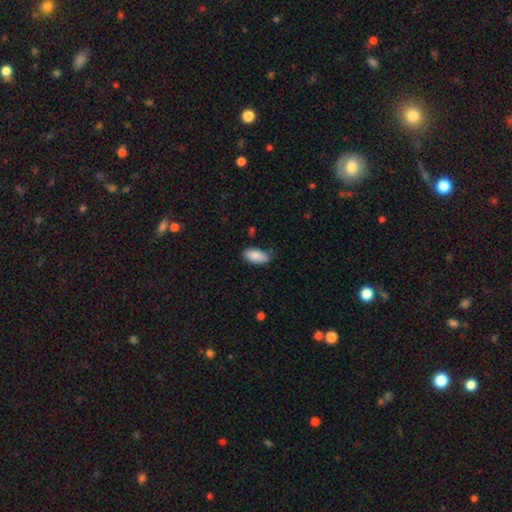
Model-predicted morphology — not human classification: Smooth or featured: smooth — 88% (star or artifact — 7%)
How rounded: in between — 93% (cigar-shaped — 5%)
Merging: none — 75% (minor disturbance — 20%)